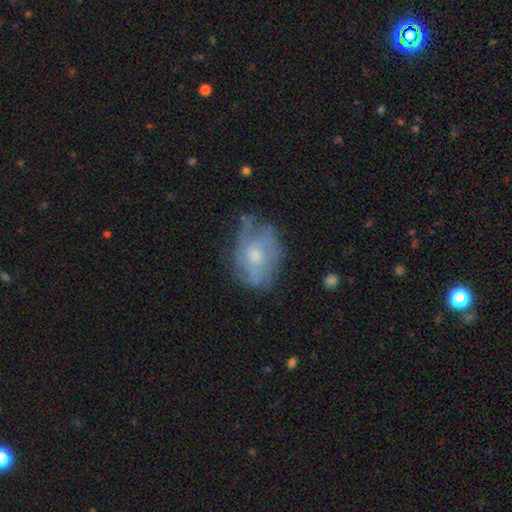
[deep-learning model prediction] Smooth or featured?
  - featured or disk: 52% *
  - smooth: 39%
  - star or artifact: 9%
Edge-on disk?
  - no: 96% *
  - yes: 4%
Bar?
  - no: 80% *
  - weak: 17%
  - strong: 3%
Spiral arms?
  - no: 57% *
  - yes: 43%
Bulge size?
  - moderate: 51% *
  - small: 40%
  - none: 5%
  - large: 4%
  - dominant: 1%
Merging?
  - none: 49% *
  - minor disturbance: 31%
  - major disturbance: 18%
  - merger: 3%